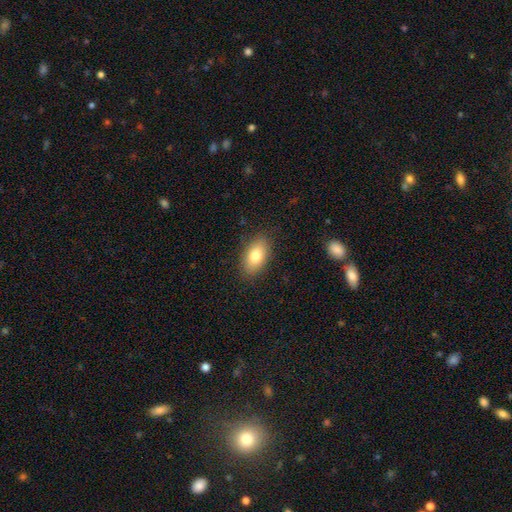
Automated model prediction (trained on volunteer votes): Smooth or featured? smooth (80%)
How rounded? in between (90%)
Merging? none (86%)